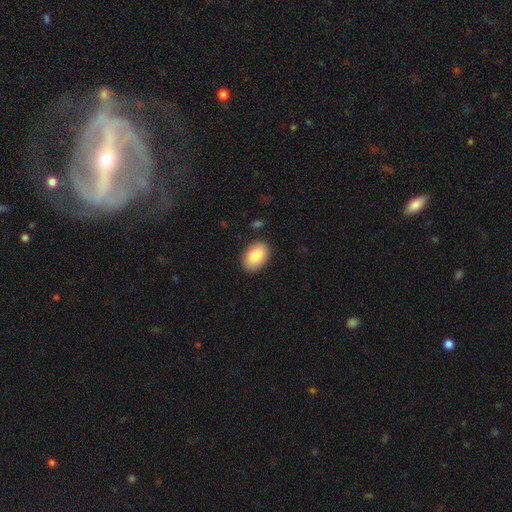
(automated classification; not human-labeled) Smooth or featured: smooth — 87% (featured or disk — 7%)
How rounded: in between — 88% (round — 10%)
Merging: none — 87% (minor disturbance — 9%)